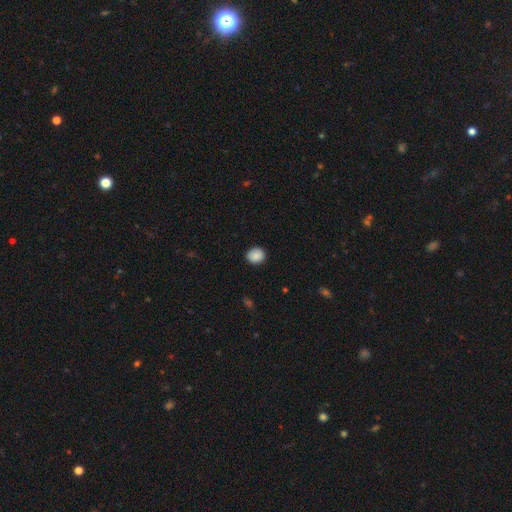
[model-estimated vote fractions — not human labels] Smooth or featured?
  - smooth: 89% *
  - star or artifact: 8%
  - featured or disk: 3%
How rounded?
  - round: 69% *
  - in between: 31%
  - cigar-shaped: 1%
Merging?
  - none: 88% *
  - minor disturbance: 9%
  - major disturbance: 2%
  - merger: 1%